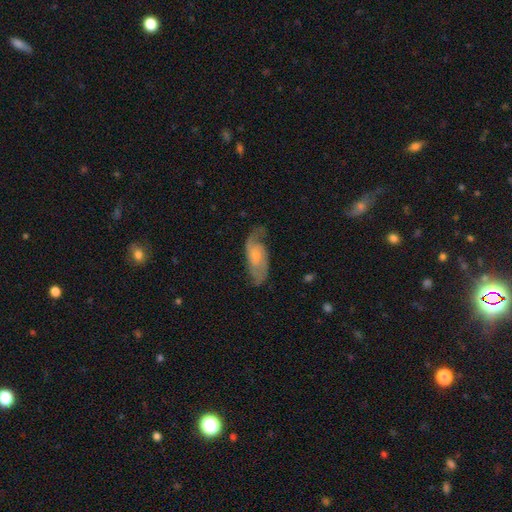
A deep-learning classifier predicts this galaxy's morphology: Q: Smooth or featured?
A: featured or disk (73%); runner-up: smooth (21%)
Q: Edge-on disk?
A: no (93%); runner-up: yes (7%)
Q: Bar?
A: no (64%); runner-up: weak (31%)
Q: Spiral arms?
A: yes (92%); runner-up: no (8%)
Q: Spiral winding?
A: medium (46%); runner-up: loose (31%)
Q: Spiral arm count?
A: 2 (78%); runner-up: can't tell (11%)
Q: Bulge size?
A: small (59%); runner-up: moderate (29%)
Q: Merging?
A: none (65%); runner-up: minor disturbance (22%)